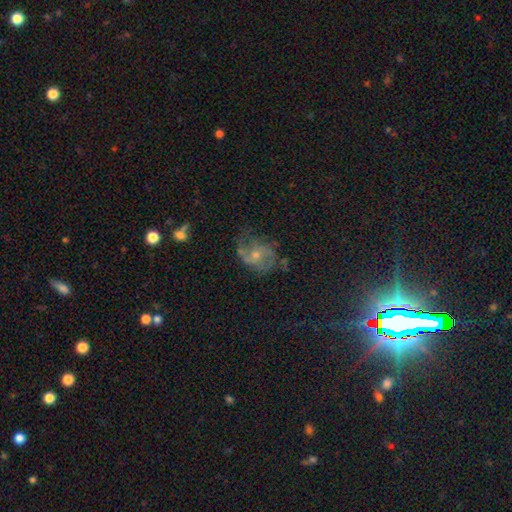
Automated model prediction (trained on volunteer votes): This is likely a featured or disk galaxy (66%). It is clearly not viewed edge-on (97%). Bar: likely no (67%). Spiral arm pattern: clearly yes (86%). Spiral arm count: possibly 2 (48%). Spiral winding: possibly medium (45%). Central bulge: likely small (61%). Merging: possibly none (54%).